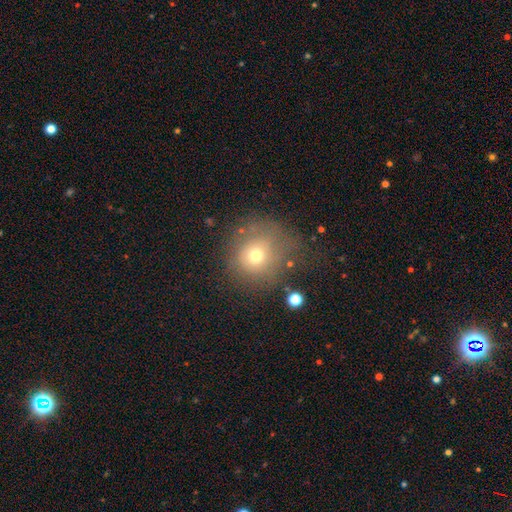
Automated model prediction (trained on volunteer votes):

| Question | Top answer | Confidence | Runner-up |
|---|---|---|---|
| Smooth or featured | smooth | 67% | featured or disk (17%) |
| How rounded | round | 86% | in between (13%) |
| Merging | none | 57% | minor disturbance (22%) |